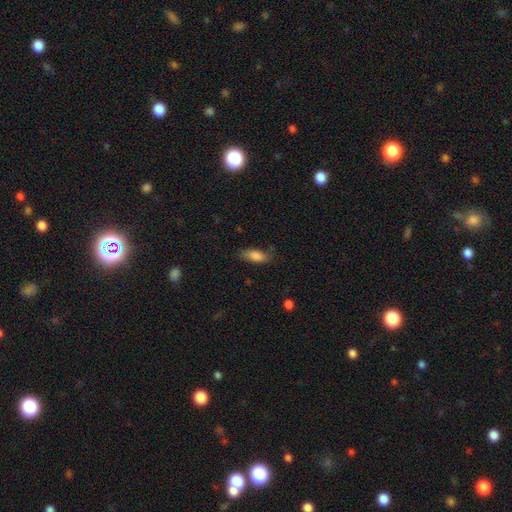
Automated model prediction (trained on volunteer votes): This is clearly a smooth galaxy (84%). How rounded: clearly in between (81%). Merging: likely none (74%).